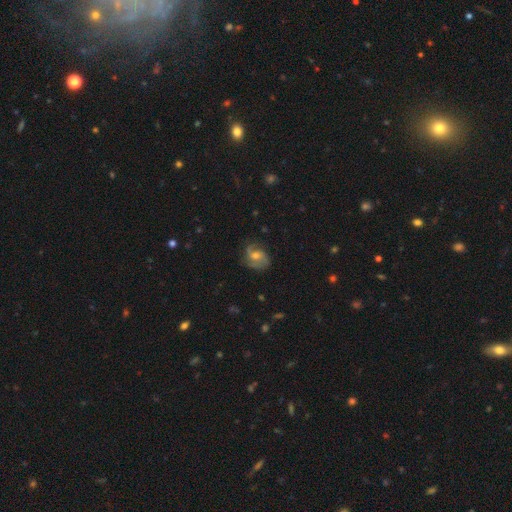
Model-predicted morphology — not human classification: featured or disk 70%, smooth 21%, star or artifact 9%. Down the decision tree: edge-on disk — no (97%); bar — no (52%); spiral arms — yes (91%); spiral arm count — 2 (57%); spiral winding — medium (47%); bulge size — moderate (61%); merging — none (68%).